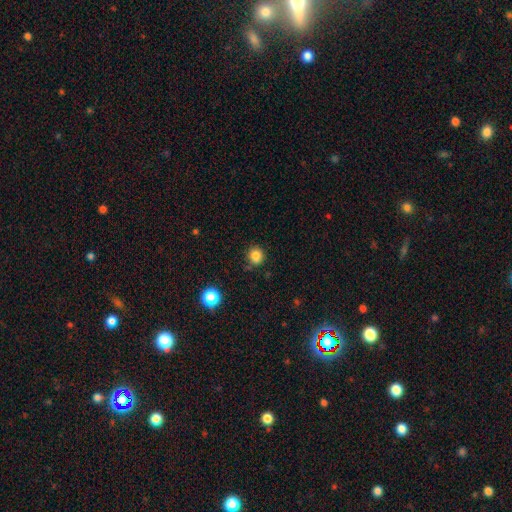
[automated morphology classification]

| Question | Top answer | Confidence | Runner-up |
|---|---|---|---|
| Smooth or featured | smooth | 83% | star or artifact (12%) |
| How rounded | round | 82% | in between (17%) |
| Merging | none | 79% | minor disturbance (15%) |